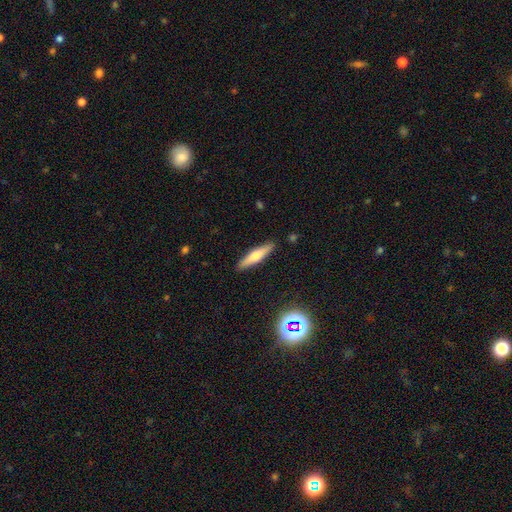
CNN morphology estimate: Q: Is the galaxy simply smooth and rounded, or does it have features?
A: smooth — 53%.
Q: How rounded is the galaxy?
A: cigar-shaped — 82%.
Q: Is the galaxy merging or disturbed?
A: none — 89%.